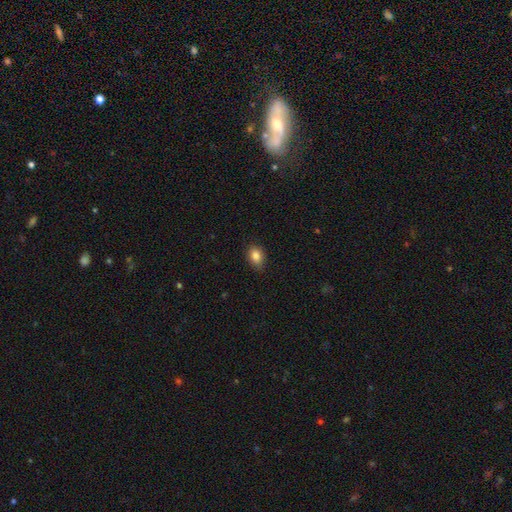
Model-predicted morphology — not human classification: Overall: smooth (85%). How rounded: in between (77%). Merging: none (80%).